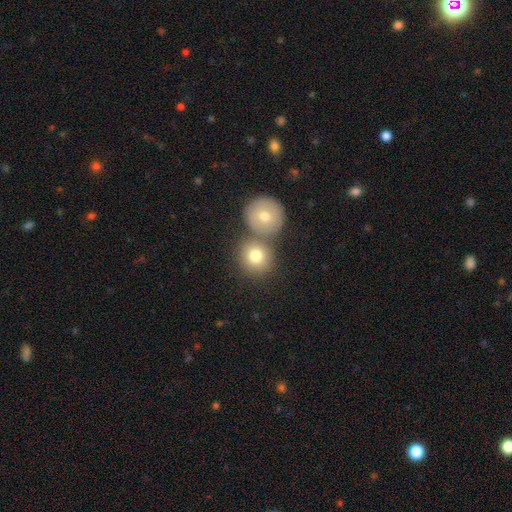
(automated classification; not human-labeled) Morphology: type=smooth (77%); roundness=round (89%); merging=none (57%).